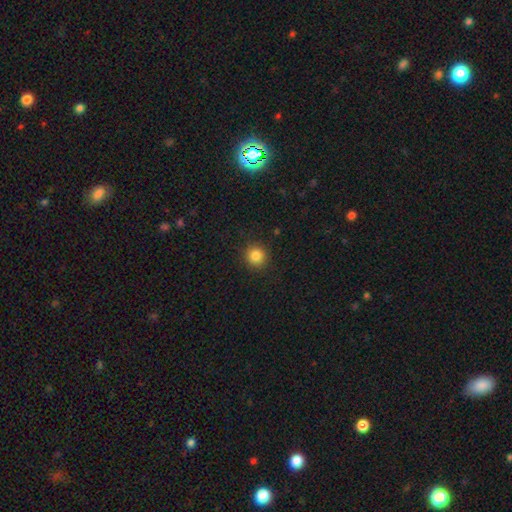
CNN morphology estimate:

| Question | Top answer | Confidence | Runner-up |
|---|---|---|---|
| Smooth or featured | smooth | 85% | star or artifact (11%) |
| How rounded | round | 94% | in between (5%) |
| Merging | none | 92% | minor disturbance (5%) |